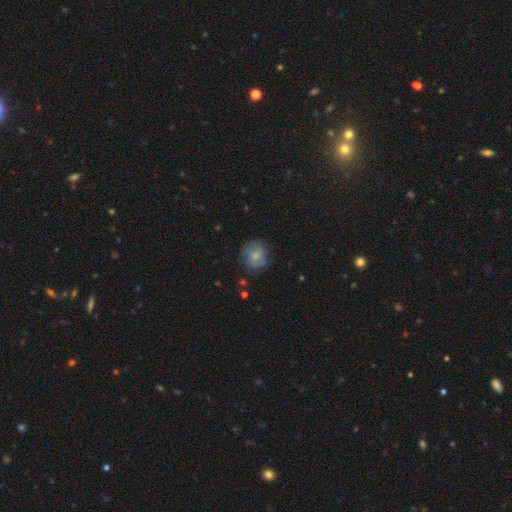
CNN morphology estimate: Smooth or featured? Predicted: smooth (p=0.57). How rounded? Predicted: round (p=0.83). Merging? Predicted: none (p=0.74).